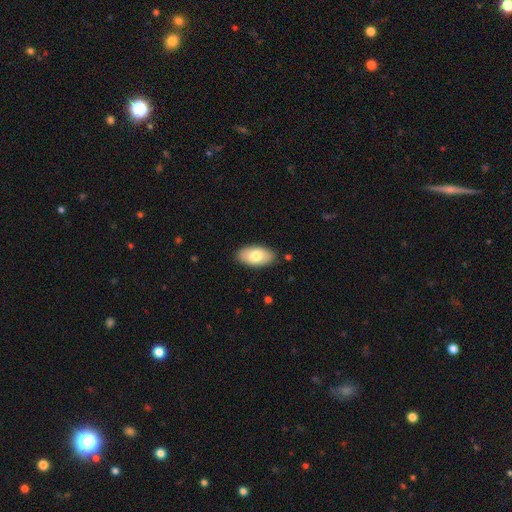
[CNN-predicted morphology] Q: Smooth or featured?
A: smooth (78%); runner-up: featured or disk (16%)
Q: How rounded?
A: in between (95%); runner-up: cigar-shaped (3%)
Q: Merging?
A: none (87%); runner-up: minor disturbance (10%)